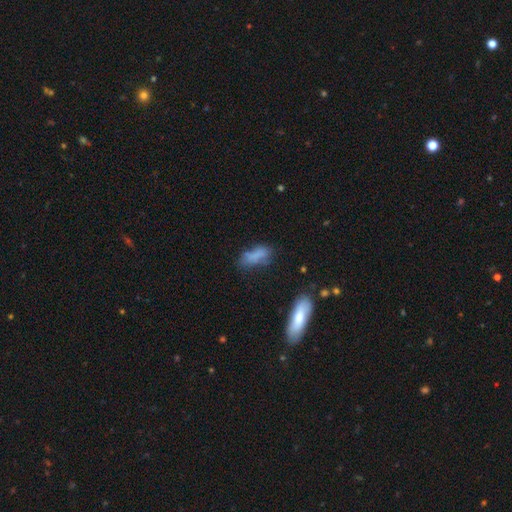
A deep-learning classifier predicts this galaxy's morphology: smooth-or-featured: smooth: 72% | featured or disk: 17% | star or artifact: 11%
  how-rounded: in between: 70% | cigar-shaped: 26% | round: 4%
  merging: none: 49% | minor disturbance: 27% | major disturbance: 14% | merger: 10%